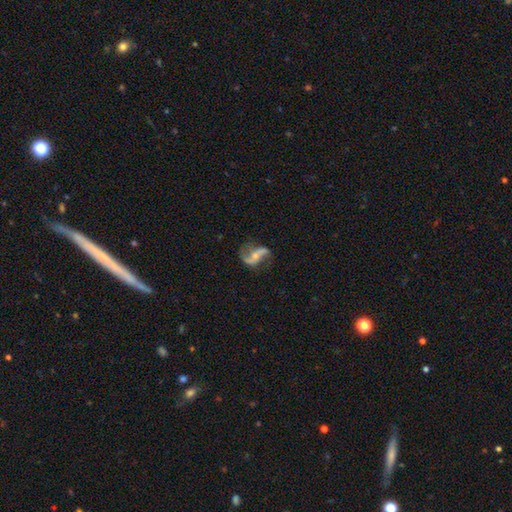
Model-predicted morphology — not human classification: featured or disk 87%, smooth 7%, star or artifact 6%. Down the decision tree: edge-on disk — no (97%); bar — no (39%); spiral arms — yes (95%); spiral arm count — 2 (93%); spiral winding — loose (77%); bulge size — small (55%); merging — none (70%).